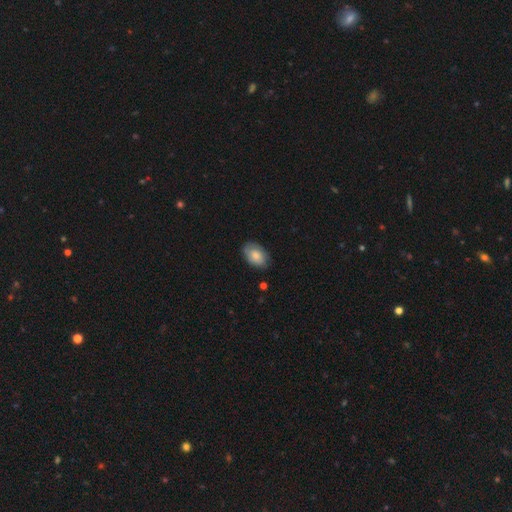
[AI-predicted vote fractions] Overall: smooth (73%). How rounded: in between (87%). Merging: none (78%).